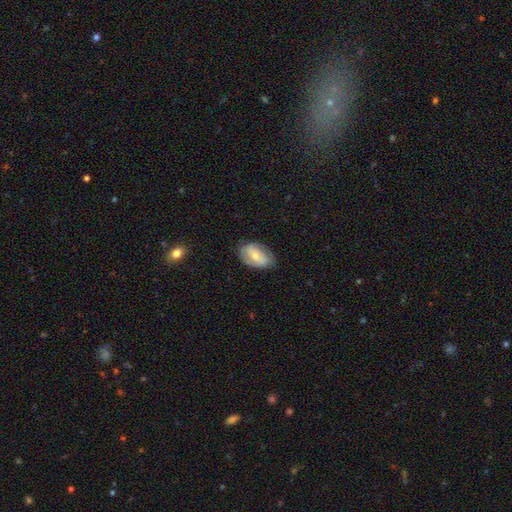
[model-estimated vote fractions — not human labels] smooth-or-featured: featured or disk: 47% | smooth: 46% | star or artifact: 7%
  merging: none: 70% | minor disturbance: 23% | major disturbance: 6% | merger: 1%